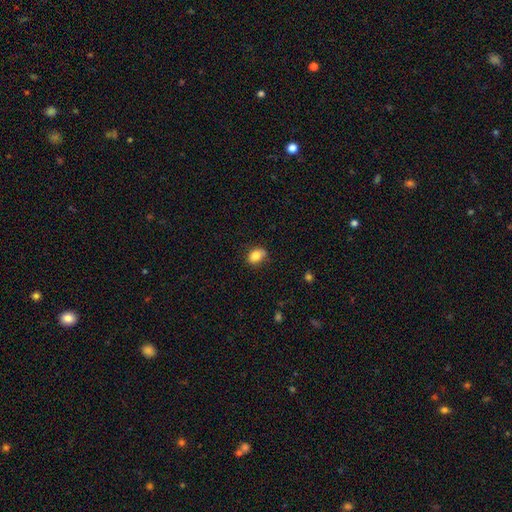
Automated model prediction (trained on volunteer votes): This appears to be a smooth galaxy with no disk features (83%) that is in between round and cigar-shaped (66%). Merging: none (69%).